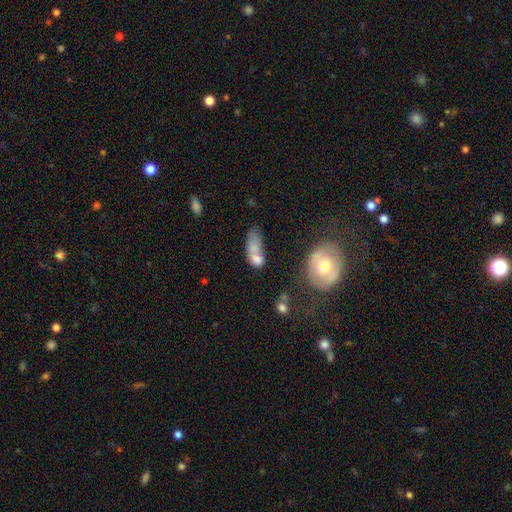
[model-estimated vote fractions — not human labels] Smooth or featured: smooth — 68% (featured or disk — 22%)
How rounded: in between — 74% (round — 14%)
Merging: merger — 50% (none — 23%)